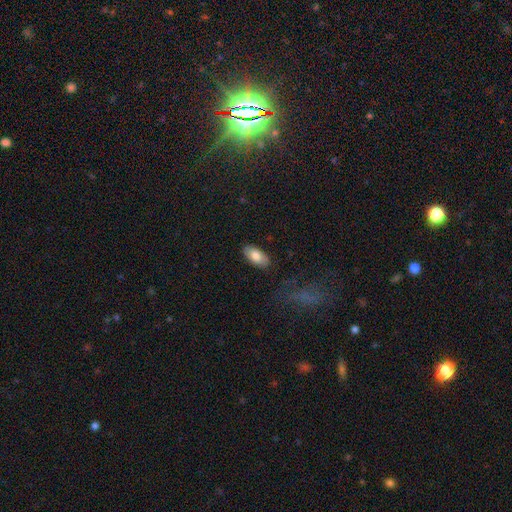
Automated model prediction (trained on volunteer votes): This is clearly a smooth galaxy (81%). How rounded: clearly in between (94%). Merging: clearly none (86%).